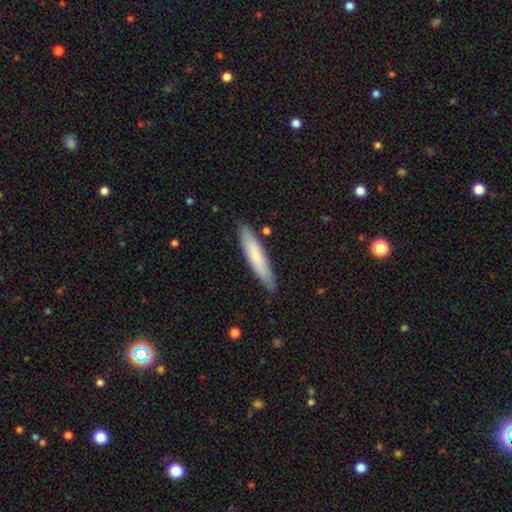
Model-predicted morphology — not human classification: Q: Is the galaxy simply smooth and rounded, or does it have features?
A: smooth — 74%.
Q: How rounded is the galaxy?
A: cigar-shaped — 87%.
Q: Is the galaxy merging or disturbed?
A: none — 86%.